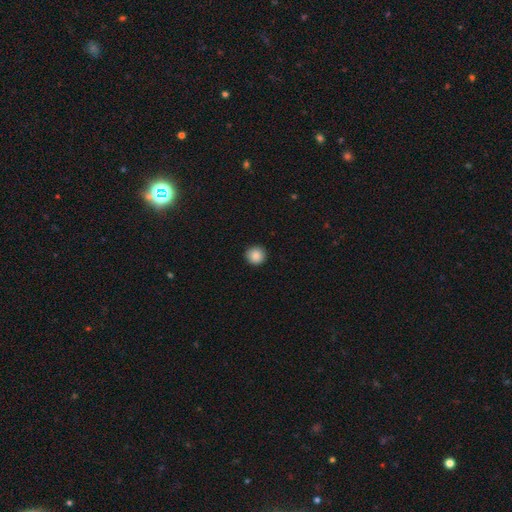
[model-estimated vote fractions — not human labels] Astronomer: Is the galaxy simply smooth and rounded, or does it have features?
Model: smooth — 88%.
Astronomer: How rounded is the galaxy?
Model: round — 95%.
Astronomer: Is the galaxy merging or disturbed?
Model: none — 93%.